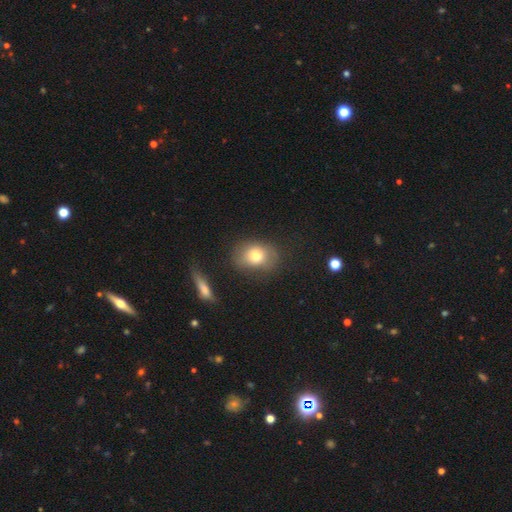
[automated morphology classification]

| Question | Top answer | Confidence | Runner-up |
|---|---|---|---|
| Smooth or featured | smooth | 75% | featured or disk (15%) |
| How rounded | in between | 54% | round (44%) |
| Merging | none | 70% | minor disturbance (19%) |